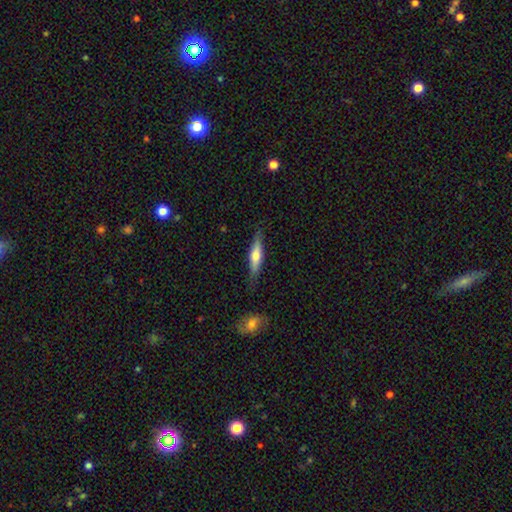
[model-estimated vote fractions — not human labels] Overall: smooth (52%; featured or disk 42%). How rounded: cigar-shaped (73%). Merging: none (81%).